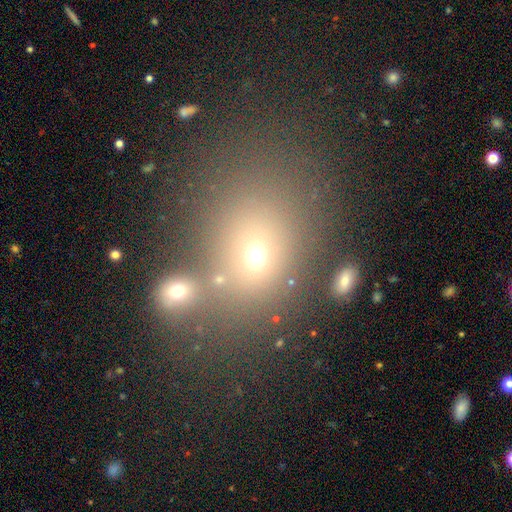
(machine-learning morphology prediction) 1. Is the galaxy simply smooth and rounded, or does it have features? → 61% smooth, 24% star or artifact, 15% featured or disk.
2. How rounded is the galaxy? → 50% in between, 48% round, 1% cigar-shaped.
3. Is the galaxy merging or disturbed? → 54% none, 24% merger, 13% minor disturbance, 9% major disturbance.